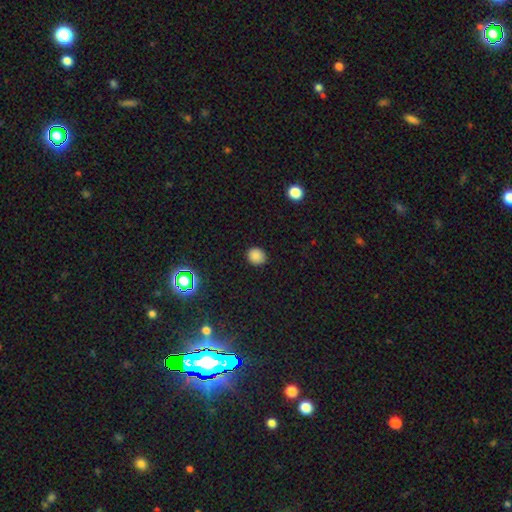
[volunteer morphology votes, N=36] Volunteers were most divided on "merging": none: 79%, minor disturbance: 18%, major disturbance: 3%, merger: 0%. More confident: how rounded — round (97%); smooth or featured — smooth (86%).